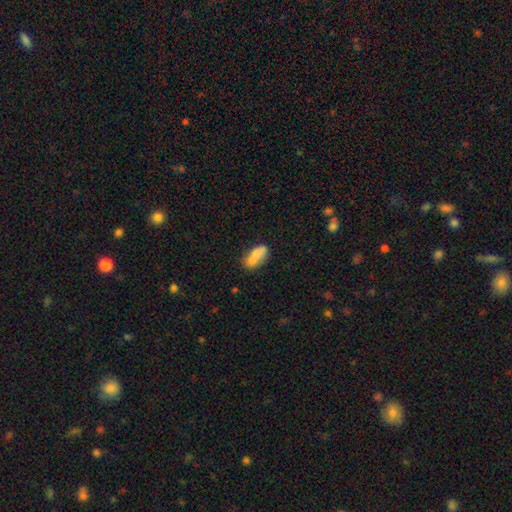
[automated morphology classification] smooth-or-featured: smooth: 70% | featured or disk: 22% | star or artifact: 8%
  how-rounded: in between: 87% | round: 8% | cigar-shaped: 6%
  merging: none: 39% | merger: 37% | minor disturbance: 17% | major disturbance: 7%